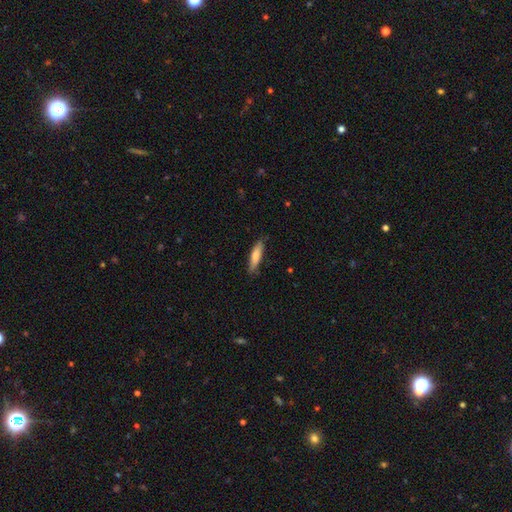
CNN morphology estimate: Smooth or featured: smooth — 75% (featured or disk — 19%)
How rounded: cigar-shaped — 72% (in between — 26%)
Merging: none — 84% (minor disturbance — 13%)